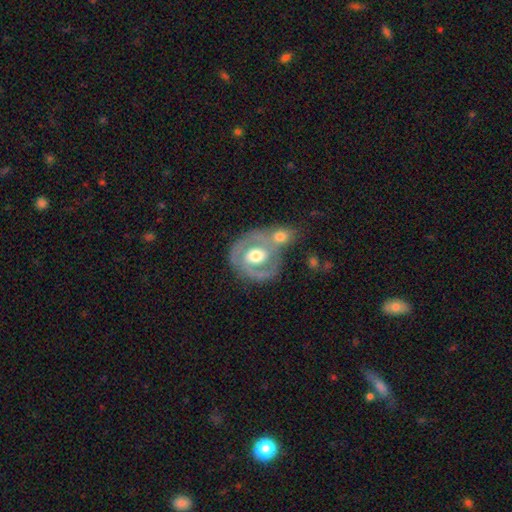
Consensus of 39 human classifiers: smooth-or-featured: featured or disk: 64% | smooth: 33% | star or artifact: 3%
  disk-edge-on: no: 92% | yes: 8%
    bar: no: 52% | weak: 26% | strong: 22%
    has-spiral-arms: no: 65% | yes: 35%
    bulge-size: large: 52% | moderate: 39% | dominant: 9% | small: 0% | none: 0%
  merging: none: 45% | merger: 42% | major disturbance: 11% | minor disturbance: 3%